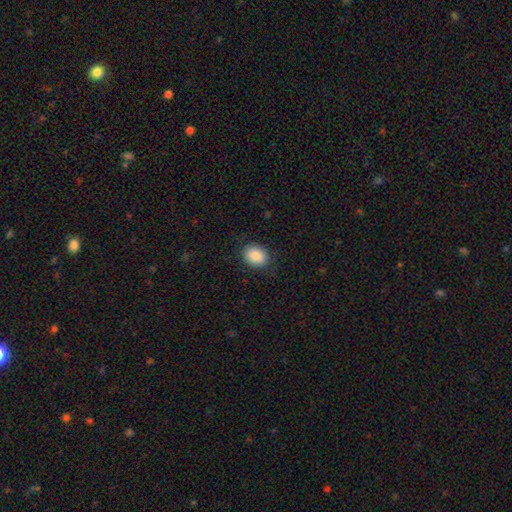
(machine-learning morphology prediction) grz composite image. It shows a smooth galaxy with no disk features (89%) that is in between round and cigar-shaped (54%). Merging: none (85%).